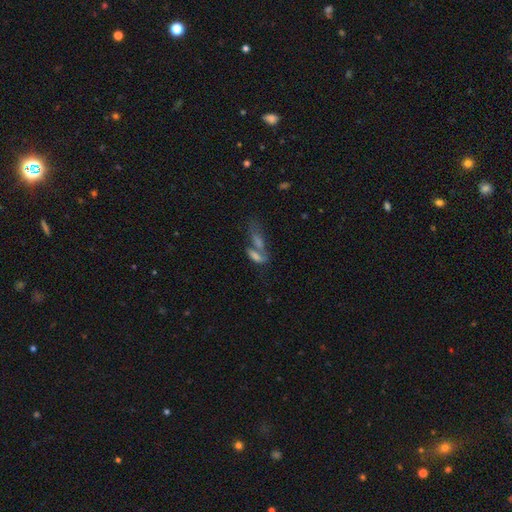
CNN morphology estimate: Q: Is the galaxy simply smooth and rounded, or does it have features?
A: smooth — 57%.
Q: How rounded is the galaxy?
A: in between — 62%.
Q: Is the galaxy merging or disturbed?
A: merger — 58%.